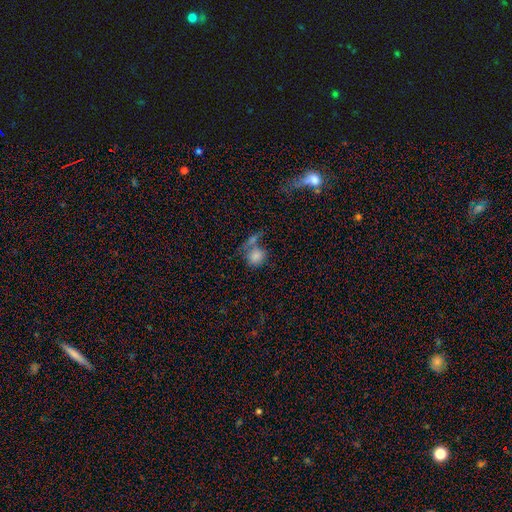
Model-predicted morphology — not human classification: Smooth or featured? smooth (79%)
How rounded? round (74%)
Merging? merger (41%)